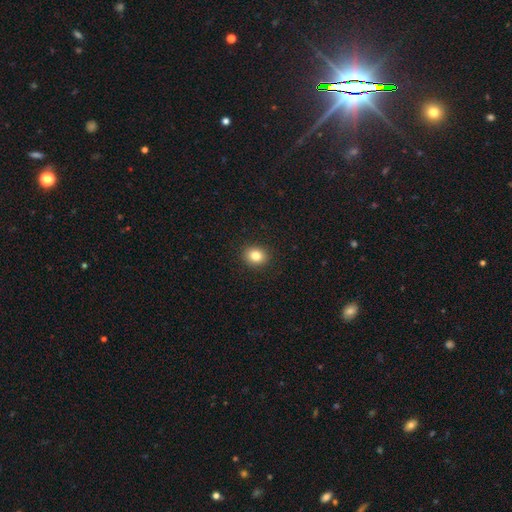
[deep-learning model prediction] smooth 84%, star or artifact 10%, featured or disk 6%. Down the decision tree: how rounded — round (64%); merging — none (91%).